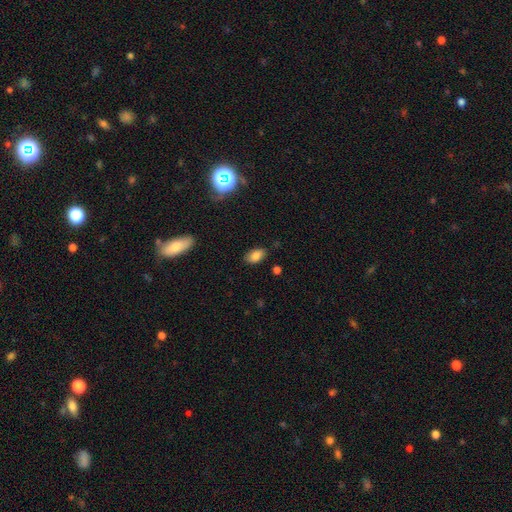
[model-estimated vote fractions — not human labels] Smooth or featured?
  - smooth: 83% *
  - star or artifact: 10%
  - featured or disk: 7%
How rounded?
  - in between: 91% *
  - round: 7%
  - cigar-shaped: 2%
Merging?
  - none: 82% *
  - minor disturbance: 13%
  - major disturbance: 3%
  - merger: 2%